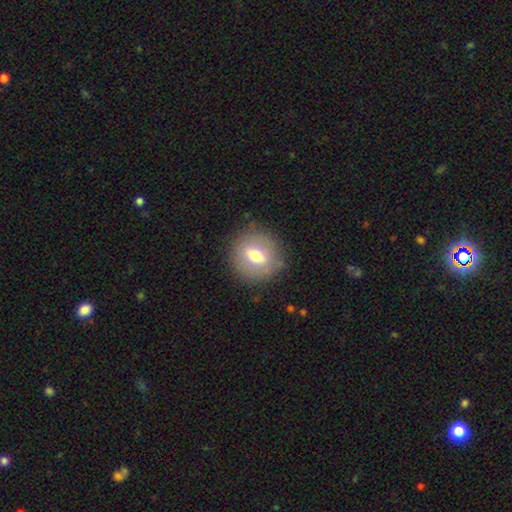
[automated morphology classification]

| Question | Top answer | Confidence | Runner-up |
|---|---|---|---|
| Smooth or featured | smooth | 58% | featured or disk (33%) |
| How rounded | round | 84% | in between (15%) |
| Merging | none | 84% | minor disturbance (11%) |